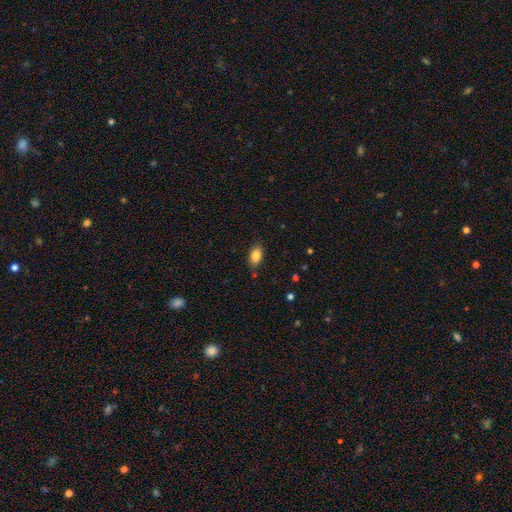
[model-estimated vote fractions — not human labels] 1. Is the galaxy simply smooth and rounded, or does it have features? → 85% smooth, 8% star or artifact, 6% featured or disk.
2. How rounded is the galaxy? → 89% in between, 9% round, 2% cigar-shaped.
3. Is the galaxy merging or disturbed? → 84% none, 12% minor disturbance, 3% major disturbance, 2% merger.